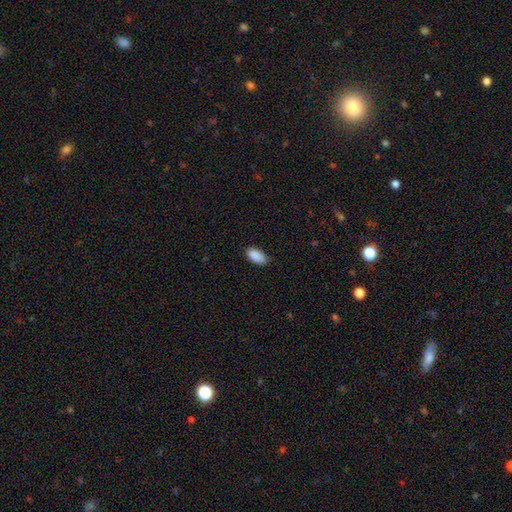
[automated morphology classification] Smooth or featured? smooth (90%)
How rounded? in between (94%)
Merging? none (84%)